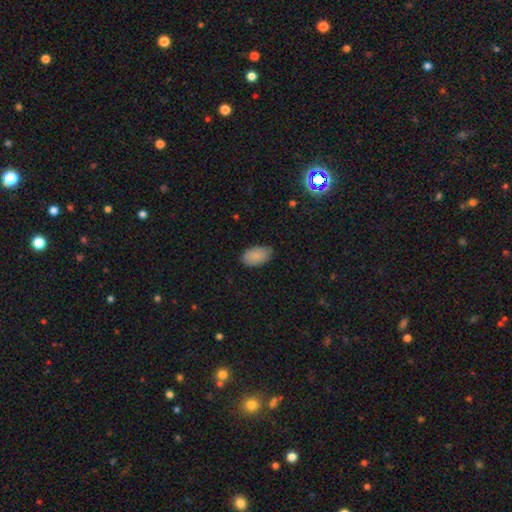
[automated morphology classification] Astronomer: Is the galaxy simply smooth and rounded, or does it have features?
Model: smooth — 86%.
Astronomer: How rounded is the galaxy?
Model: in between — 94%.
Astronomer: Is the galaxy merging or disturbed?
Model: none — 80%.